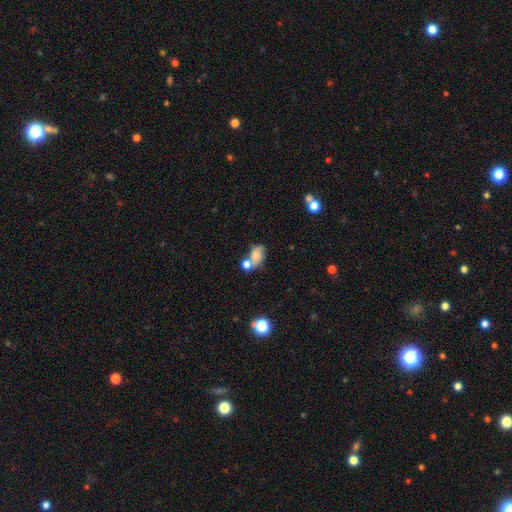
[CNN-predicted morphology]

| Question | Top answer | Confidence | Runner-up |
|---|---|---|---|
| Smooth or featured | smooth | 62% | featured or disk (26%) |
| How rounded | in between | 79% | round (19%) |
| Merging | merger | 42% | none (32%) |